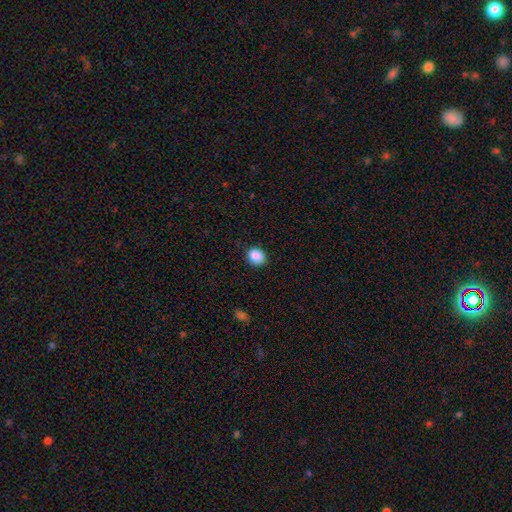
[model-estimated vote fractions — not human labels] This appears to be a smooth galaxy with no disk features (88%) that is round (68%). Merging: none (87%).